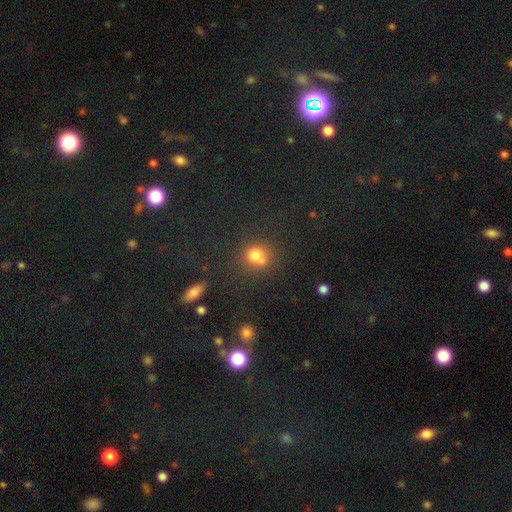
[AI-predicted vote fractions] This is likely a smooth galaxy (70%). How rounded: likely round (68%). Merging: possibly none (47%).